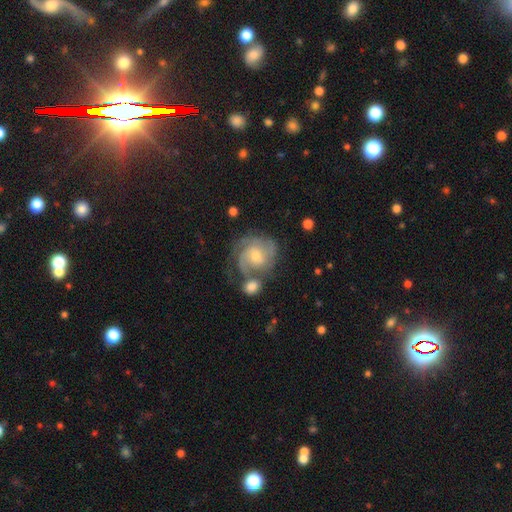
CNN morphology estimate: Q: Smooth or featured?
A: featured or disk (79%); runner-up: smooth (14%)
Q: Edge-on disk?
A: no (98%); runner-up: yes (2%)
Q: Bar?
A: no (64%); runner-up: weak (31%)
Q: Spiral arms?
A: yes (94%); runner-up: no (6%)
Q: Spiral winding?
A: tight (58%); runner-up: medium (33%)
Q: Spiral arm count?
A: 2 (32%); runner-up: 3 (27%)
Q: Bulge size?
A: moderate (50%); runner-up: small (43%)
Q: Merging?
A: none (53%); runner-up: merger (20%)